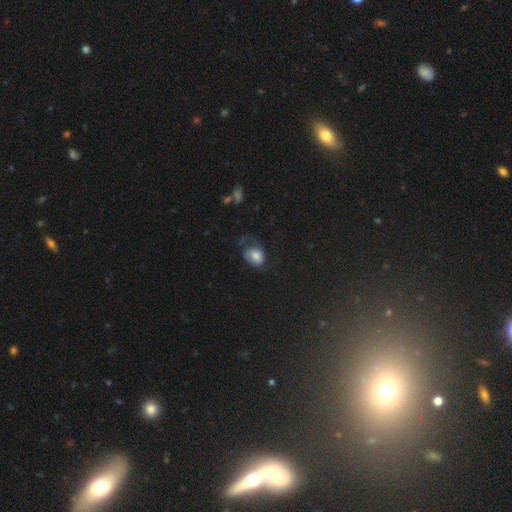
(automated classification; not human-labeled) Smooth or featured?
  - smooth: 69% *
  - featured or disk: 20%
  - star or artifact: 10%
How rounded?
  - in between: 62% *
  - round: 37%
  - cigar-shaped: 1%
Merging?
  - major disturbance: 35% * (tied)
  - none: 35% * (tied)
  - minor disturbance: 27%
  - merger: 3%